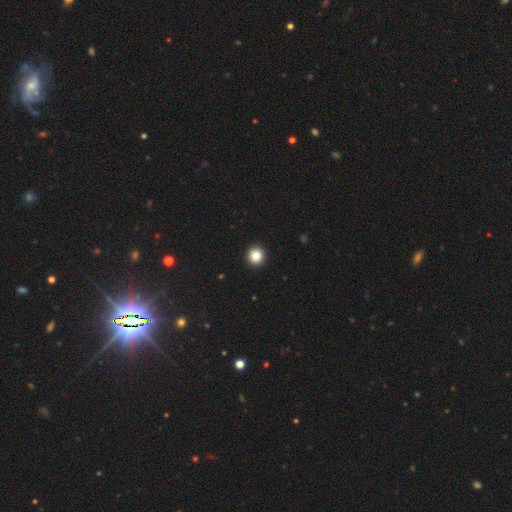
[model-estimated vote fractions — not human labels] smooth-or-featured: smooth: 85% | star or artifact: 11% | featured or disk: 5%
  how-rounded: round: 92% | in between: 7% | cigar-shaped: 1%
  merging: none: 94% | minor disturbance: 4% | major disturbance: 1% | merger: 1%